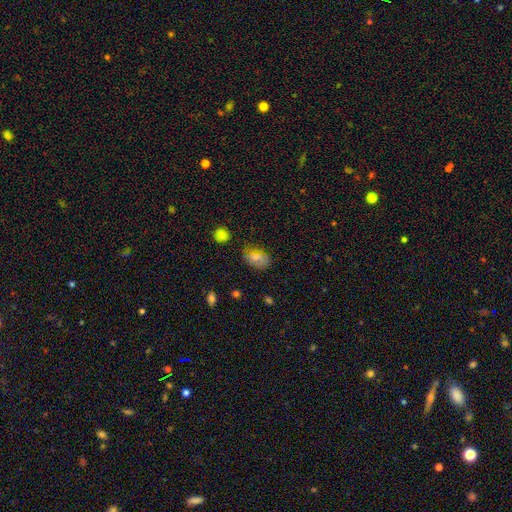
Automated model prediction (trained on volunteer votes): Smooth or featured? Predicted: smooth (p=0.53). How rounded? Predicted: in between (p=0.77). Merging? Predicted: none (p=0.77).